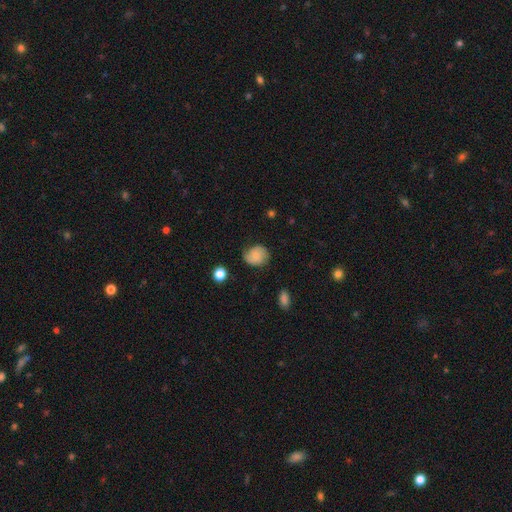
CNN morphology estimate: This appears to be a smooth galaxy with no disk features (66%) that is round (62%). Merging: none (70%).